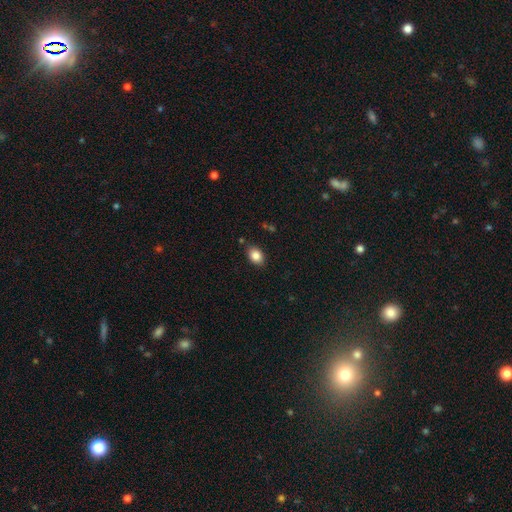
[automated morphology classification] Smooth or featured?
  - smooth: 85% *
  - star or artifact: 9%
  - featured or disk: 6%
How rounded?
  - in between: 77% *
  - round: 22%
  - cigar-shaped: 1%
Merging?
  - none: 85% *
  - minor disturbance: 11%
  - major disturbance: 3%
  - merger: 2%